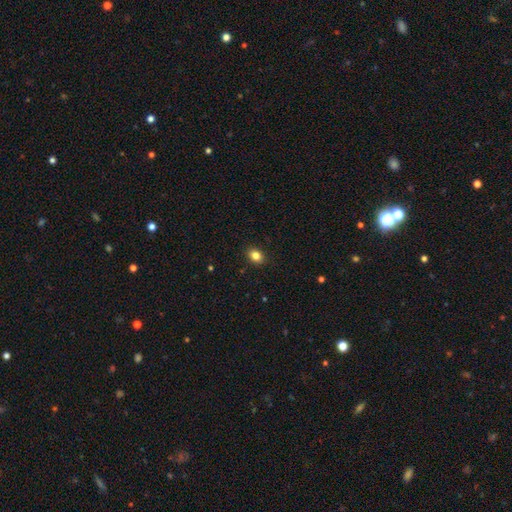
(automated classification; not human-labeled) Smooth or featured?
  - smooth: 84% *
  - star or artifact: 11%
  - featured or disk: 6%
How rounded?
  - in between: 62% *
  - round: 37%
  - cigar-shaped: 1%
Merging?
  - none: 90% *
  - minor disturbance: 7%
  - major disturbance: 2%
  - merger: 1%